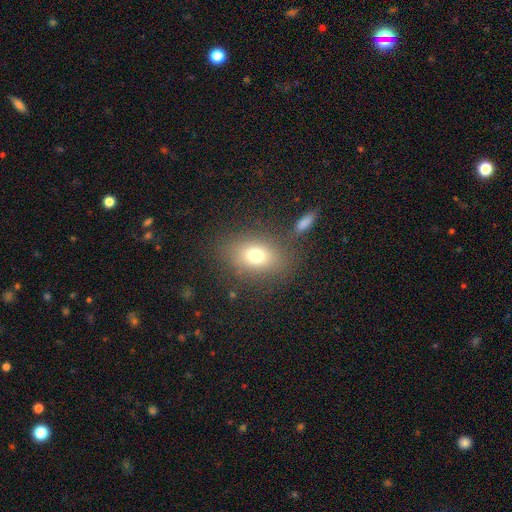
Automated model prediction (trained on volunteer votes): smooth 75%, featured or disk 13%, star or artifact 12%. Down the decision tree: how rounded — in between (70%); merging — none (77%).